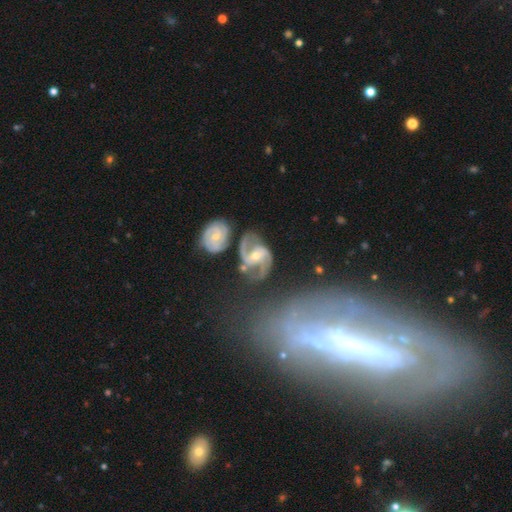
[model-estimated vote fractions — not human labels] Overall: featured or disk (88%). Edge-on disk: no (98%). Bar: weak (43%; no 32%). Spiral arms: yes (97%). Spiral arm count: 2 (85%). Spiral winding: medium (53%; loose 32%). Bulge size: moderate (50%; small 46%). Merging: none (52%; minor disturbance 19%).